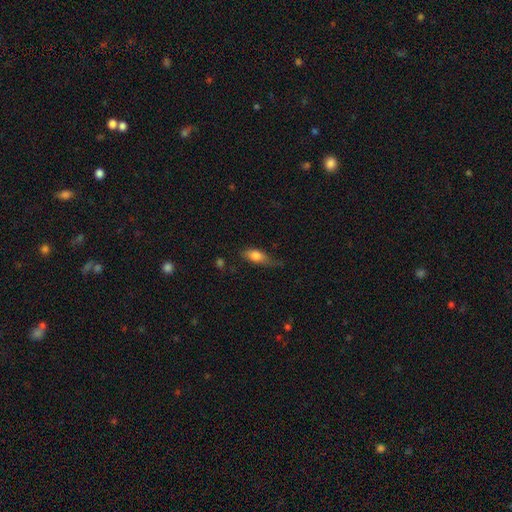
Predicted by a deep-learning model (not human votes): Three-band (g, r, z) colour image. It shows a smooth galaxy with no disk features (76%) that is in between round and cigar-shaped (76%). Merging: none (46%).